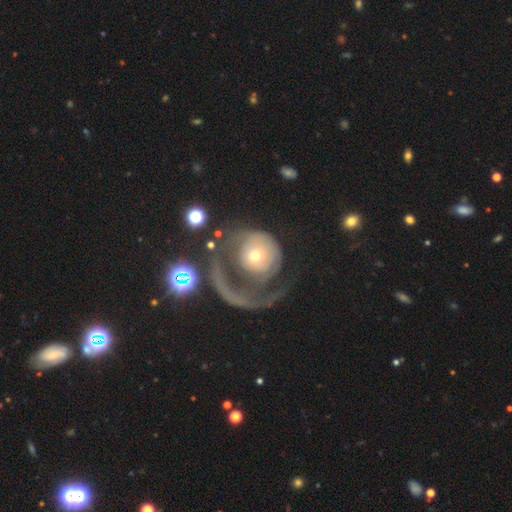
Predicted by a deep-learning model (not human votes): Q: Smooth or featured?
A: featured or disk (54%); runner-up: smooth (38%)
Q: Edge-on disk?
A: no (96%); runner-up: yes (4%)
Q: Bar?
A: no (84%); runner-up: weak (12%)
Q: Spiral arms?
A: yes (54%); runner-up: no (46%)
Q: Bulge size?
A: moderate (52%); runner-up: small (38%)
Q: Merging?
A: major disturbance (59%); runner-up: none (24%)